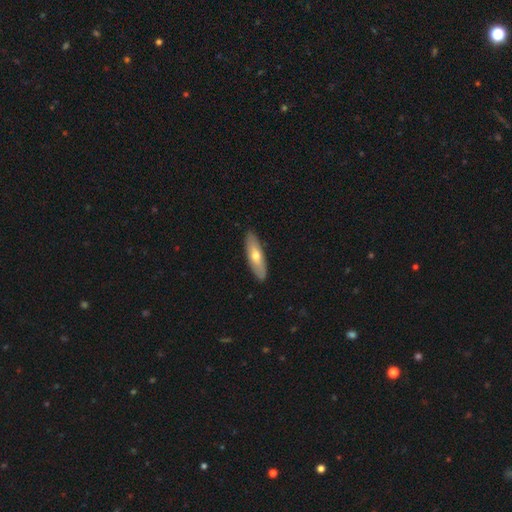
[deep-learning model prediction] This is likely a smooth galaxy (60%). How rounded: possibly cigar-shaped (56%). Merging: clearly none (88%).